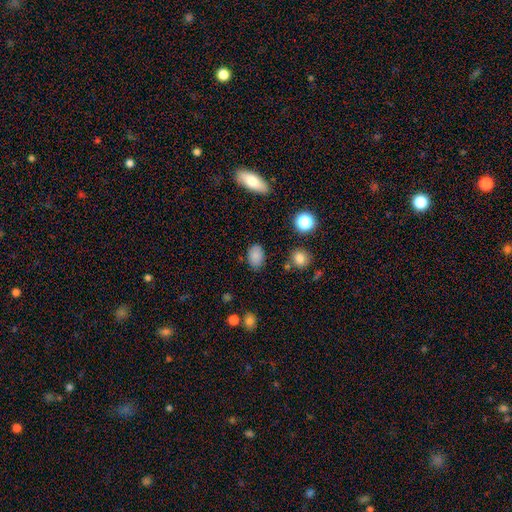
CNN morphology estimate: This appears to be a smooth galaxy with no disk features (83%) that is in between round and cigar-shaped (81%). Merging: none (82%).